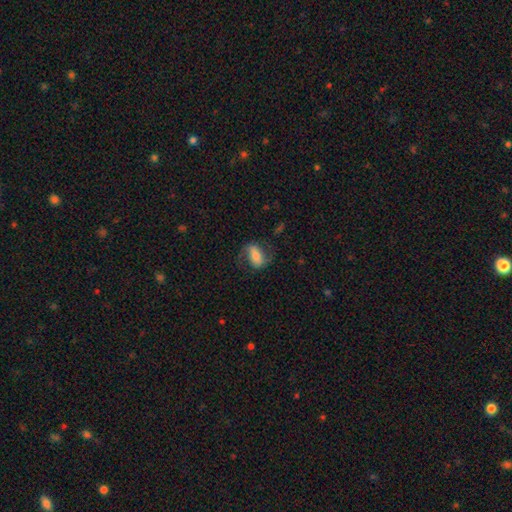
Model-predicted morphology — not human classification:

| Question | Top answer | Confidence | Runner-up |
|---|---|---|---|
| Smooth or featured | smooth | 46% | tied: featured or disk (46%) |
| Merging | none | 61% | minor disturbance (21%) |